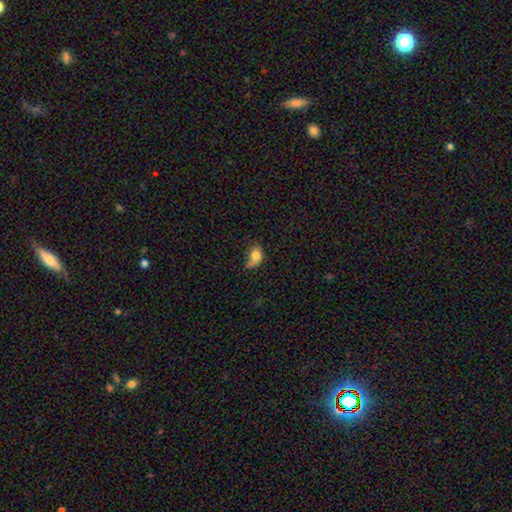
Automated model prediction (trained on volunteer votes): Smooth or featured?
  - smooth: 79% *
  - featured or disk: 12%
  - star or artifact: 9%
How rounded?
  - in between: 72% *
  - round: 25%
  - cigar-shaped: 2%
Merging?
  - minor disturbance: 40% *
  - none: 27%
  - major disturbance: 27%
  - merger: 6%